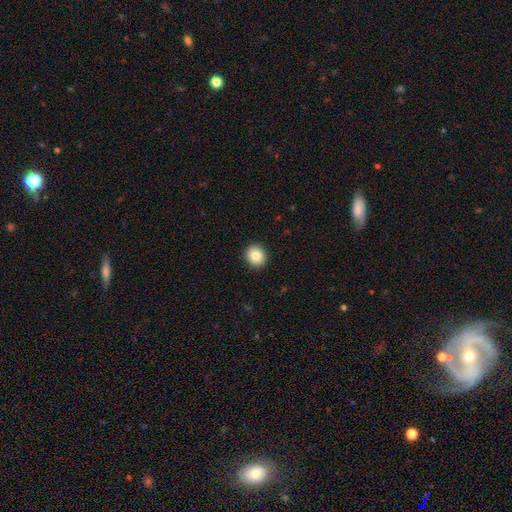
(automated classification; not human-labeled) A smooth galaxy with no disk features (83%) that is round (82%).

Vote fractions:
- Smooth or featured? smooth: 83% / star or artifact: 9% / featured or disk: 8%
- How rounded? round: 82% / in between: 17% / cigar-shaped: 1%
- Merging? none: 92% / minor disturbance: 5% / major disturbance: 2% / merger: 1%